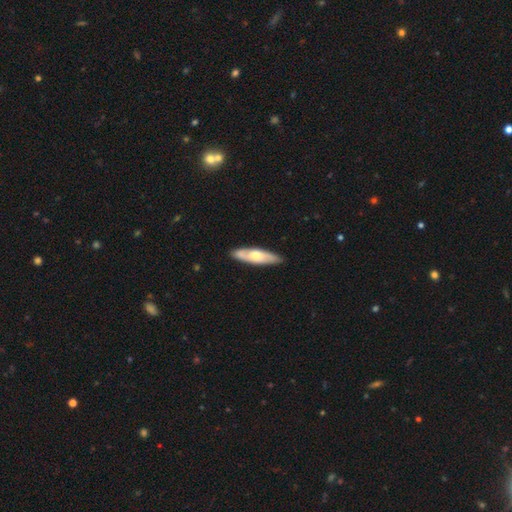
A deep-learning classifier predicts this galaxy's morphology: Q: Smooth or featured?
A: featured or disk (49%); runner-up: smooth (47%)
Q: Merging?
A: none (85%); runner-up: minor disturbance (11%)